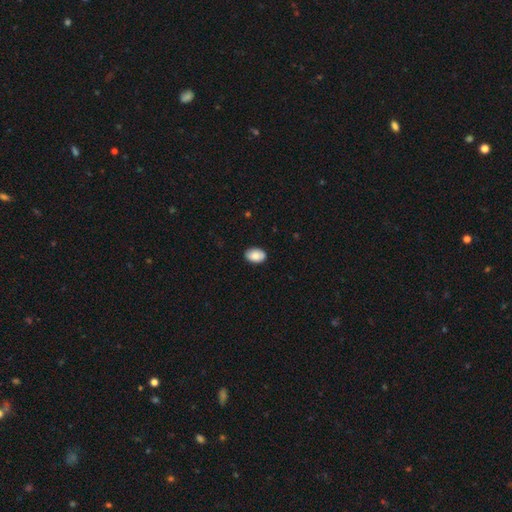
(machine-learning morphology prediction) Smooth or featured? Predicted: smooth (p=0.85). How rounded? Predicted: in between (p=0.86). Merging? Predicted: none (p=0.87).